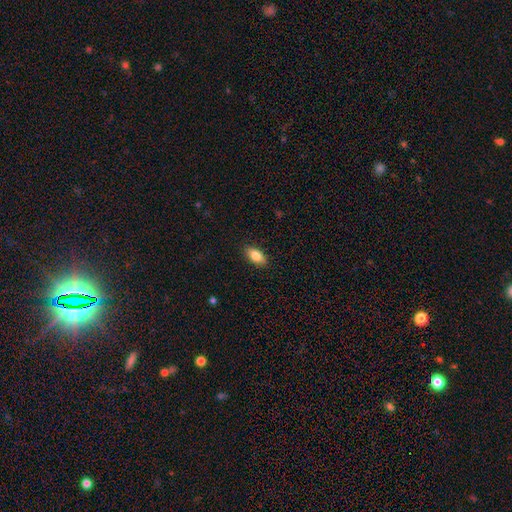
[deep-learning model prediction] This is clearly a smooth galaxy (82%). How rounded: clearly in between (90%). Merging: clearly none (88%).